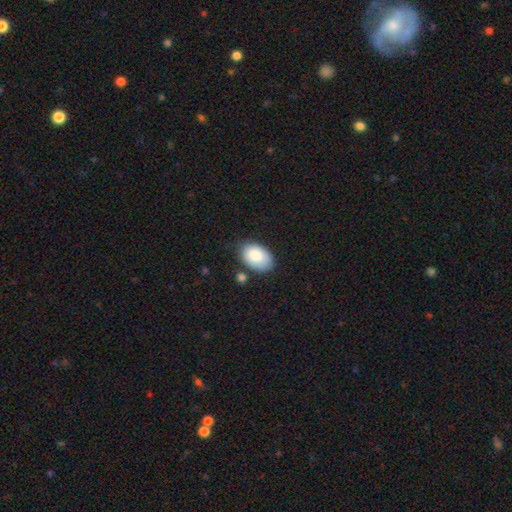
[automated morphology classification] Smooth or featured? smooth (84%)
How rounded? in between (90%)
Merging? none (72%)